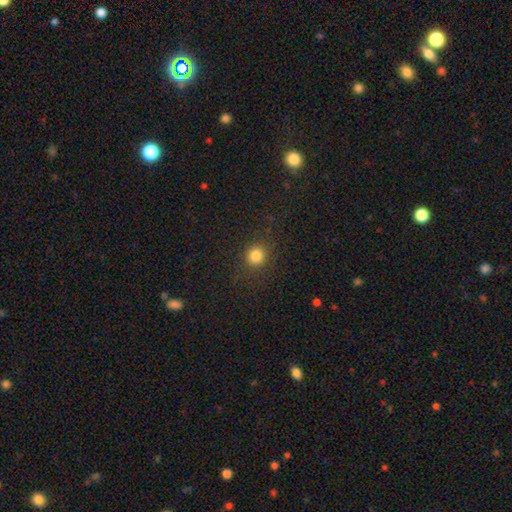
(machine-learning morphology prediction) The model was most divided on "smooth or featured": smooth: 82%, star or artifact: 13%, featured or disk: 5%. More confident: how rounded — round (89%); merging — none (87%).